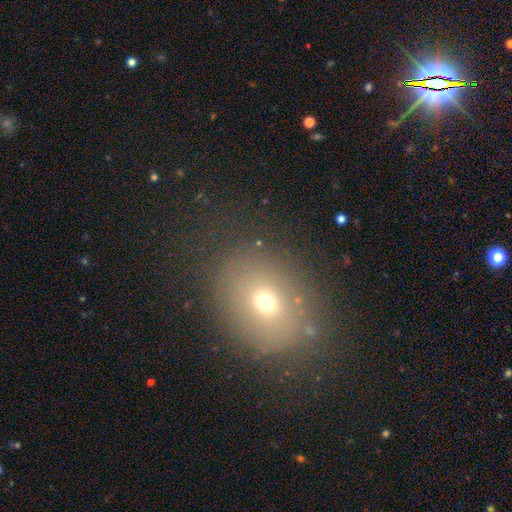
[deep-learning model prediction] The model was most divided on "how rounded": in between: 53%, round: 46%, cigar-shaped: 1%. More confident: merging — none (81%); smooth or featured — smooth (61%).